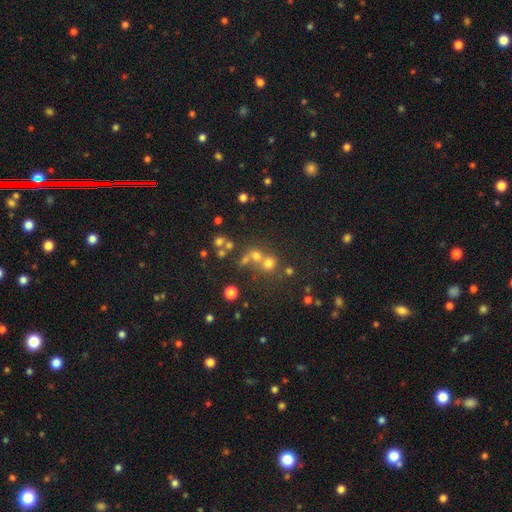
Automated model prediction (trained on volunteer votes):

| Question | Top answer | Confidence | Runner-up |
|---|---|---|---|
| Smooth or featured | smooth | 61% | star or artifact (24%) |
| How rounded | round | 83% | in between (16%) |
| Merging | none | 48% | merger (39%) |